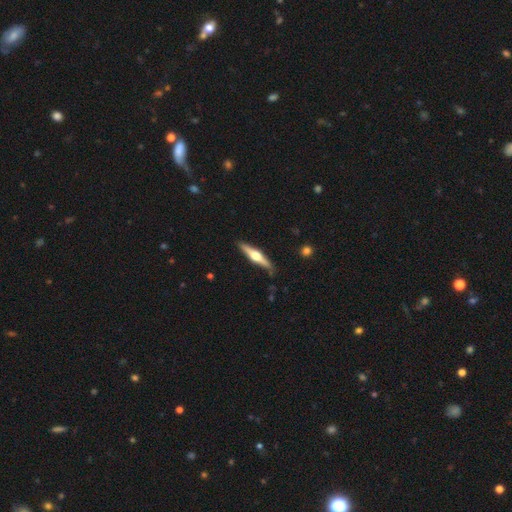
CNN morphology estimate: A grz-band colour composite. It shows a featured or disk galaxy (69%) viewed edge-on (97%) with a rounded central bulge (94%). Merging: none (89%).